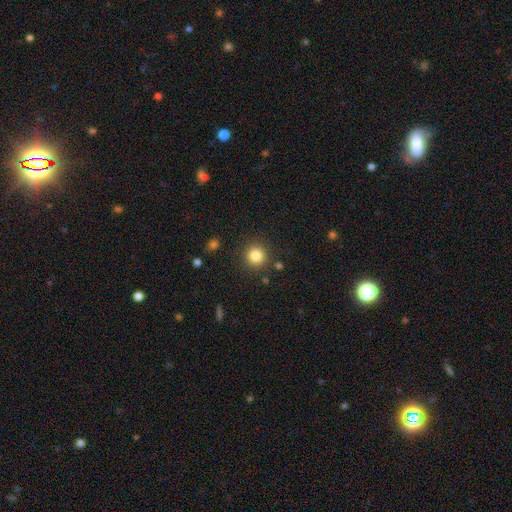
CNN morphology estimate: type=smooth (83%); roundness=round (94%); merging=none (89%).